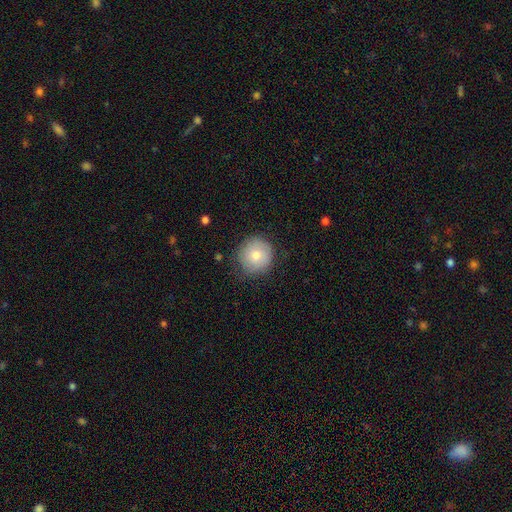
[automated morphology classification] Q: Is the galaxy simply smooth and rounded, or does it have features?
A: smooth — 74%.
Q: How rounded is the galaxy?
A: round — 94%.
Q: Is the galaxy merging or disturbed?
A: none — 79%.